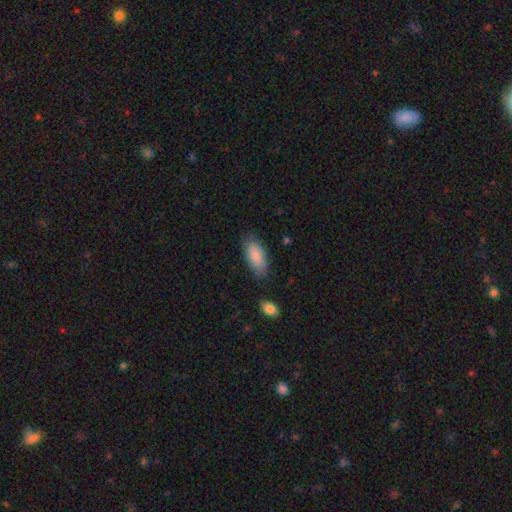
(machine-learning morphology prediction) This appears to be a smooth galaxy with no disk features (87%) that is in between round and cigar-shaped (89%). Merging: none (80%).